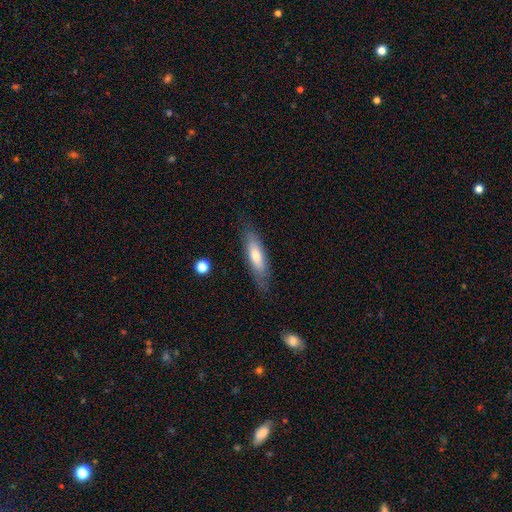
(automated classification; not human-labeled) Morphology: type=smooth (60%); roundness=cigar-shaped (60%); merging=none (78%).